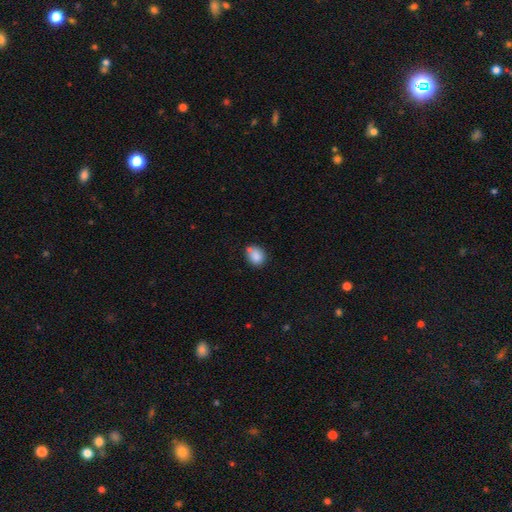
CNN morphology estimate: Smooth or featured? Predicted: smooth (p=0.84). How rounded? Predicted: round (p=0.58). Merging? Predicted: none (p=0.61).